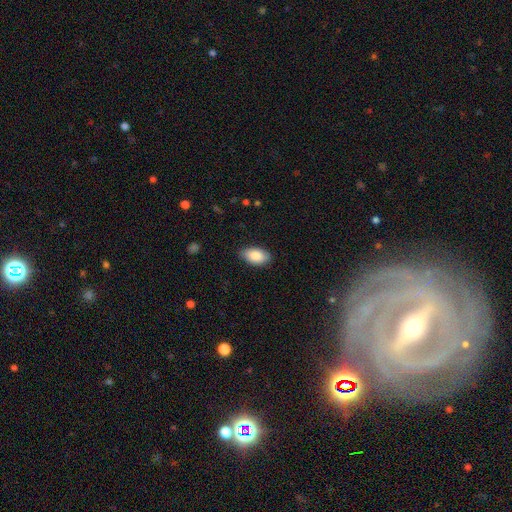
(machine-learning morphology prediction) Smooth or featured: smooth — 88% (star or artifact — 6%)
How rounded: in between — 94% (round — 4%)
Merging: none — 84% (minor disturbance — 12%)